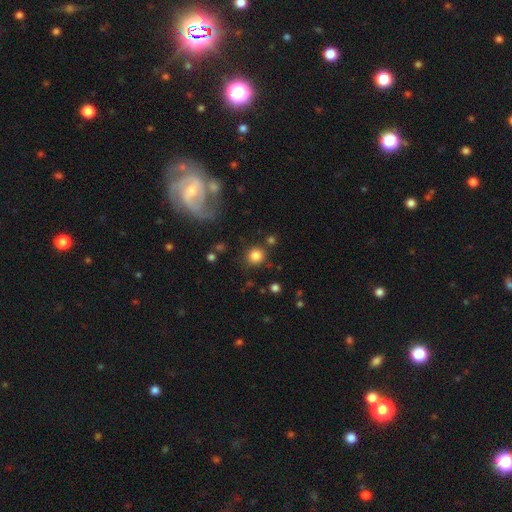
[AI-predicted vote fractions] smooth-or-featured: smooth: 83% | star or artifact: 11% | featured or disk: 6%
  how-rounded: round: 91% | in between: 8% | cigar-shaped: 1%
  merging: none: 82% | minor disturbance: 8% | merger: 6% | major disturbance: 4%